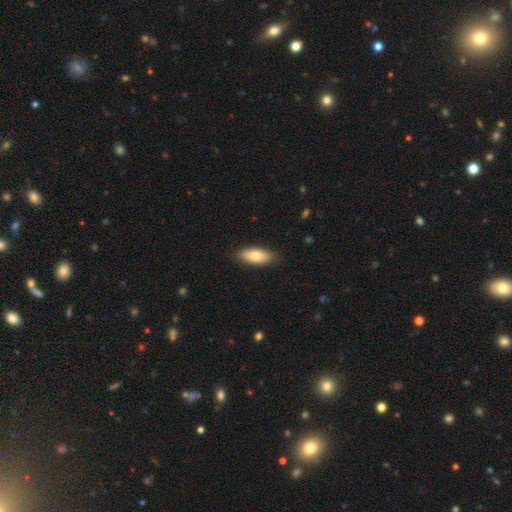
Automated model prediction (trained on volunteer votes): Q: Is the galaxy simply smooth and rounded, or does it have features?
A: smooth — 76%.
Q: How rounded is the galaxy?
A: in between — 79%.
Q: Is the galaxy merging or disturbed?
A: none — 87%.